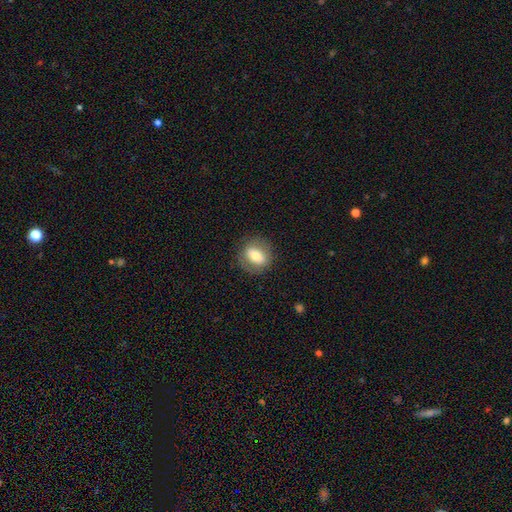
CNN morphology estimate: Overall: smooth (63%; featured or disk 29%). How rounded: round (56%; in between 42%). Merging: none (82%).